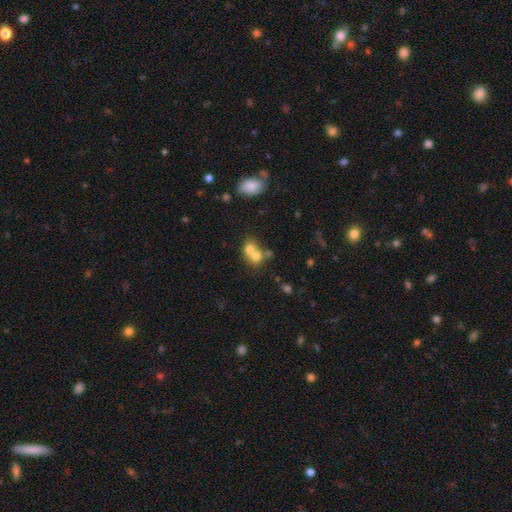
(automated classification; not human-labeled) smooth-or-featured: smooth: 69% | featured or disk: 19% | star or artifact: 12%
  how-rounded: round: 71% | in between: 28% | cigar-shaped: 1%
  merging: merger: 65% | none: 26% | minor disturbance: 6% | major disturbance: 3%